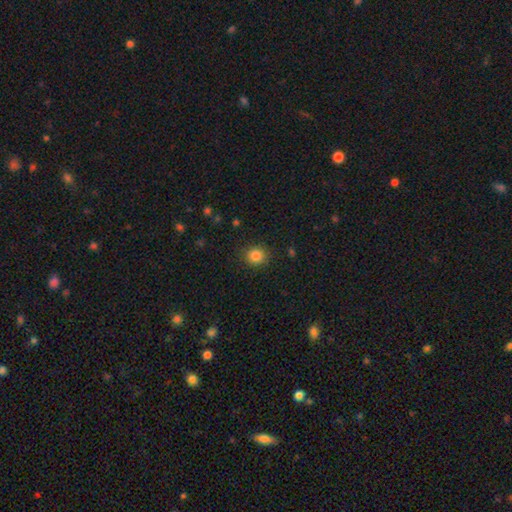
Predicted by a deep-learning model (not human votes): Smooth or featured: smooth — 85% (star or artifact — 11%)
How rounded: round — 85% (in between — 14%)
Merging: none — 88% (minor disturbance — 8%)